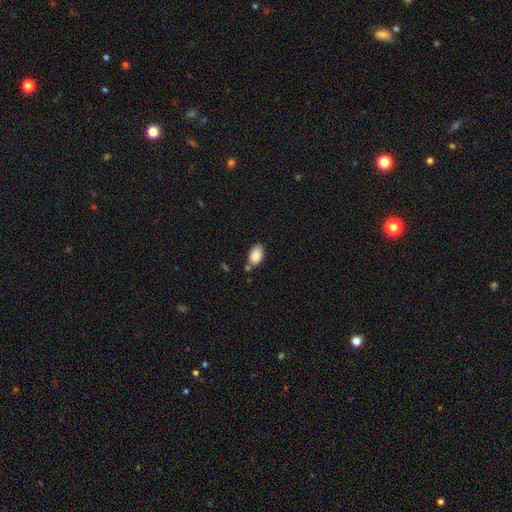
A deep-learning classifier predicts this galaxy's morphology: Smooth or featured? smooth (89%)
How rounded? in between (89%)
Merging? none (71%)